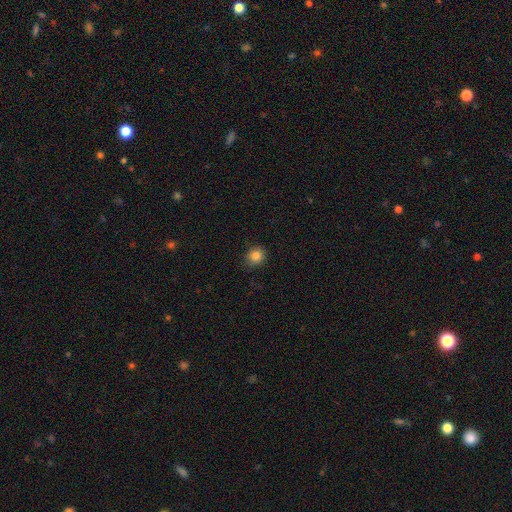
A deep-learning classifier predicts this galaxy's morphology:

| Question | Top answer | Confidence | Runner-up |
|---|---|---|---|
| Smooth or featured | smooth | 83% | star or artifact (11%) |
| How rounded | round | 80% | in between (19%) |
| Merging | none | 86% | minor disturbance (10%) |